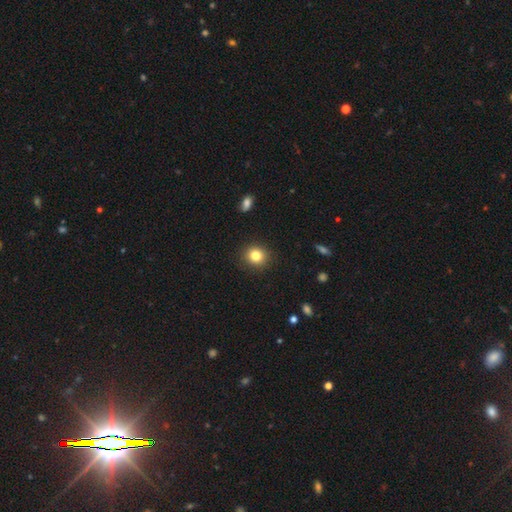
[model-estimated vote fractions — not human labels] This appears to be a smooth galaxy with no disk features (83%) that is round (82%). Merging: none (90%).